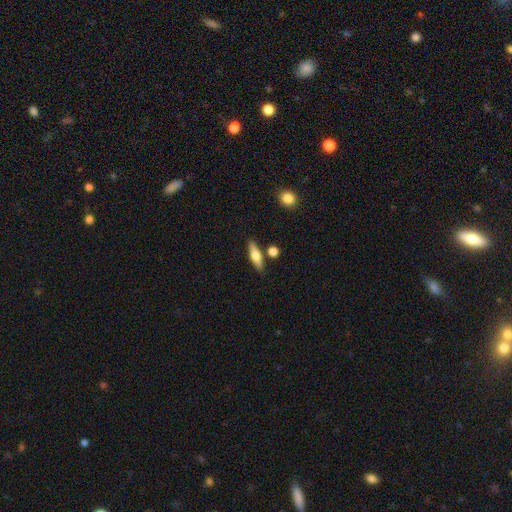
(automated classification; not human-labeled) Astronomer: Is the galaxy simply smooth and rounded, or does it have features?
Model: smooth — 52% (runner-up: featured or disk, 41%).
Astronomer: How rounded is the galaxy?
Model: cigar-shaped — 58% (runner-up: in between, 37%).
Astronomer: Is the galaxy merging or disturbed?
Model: none — 80%.